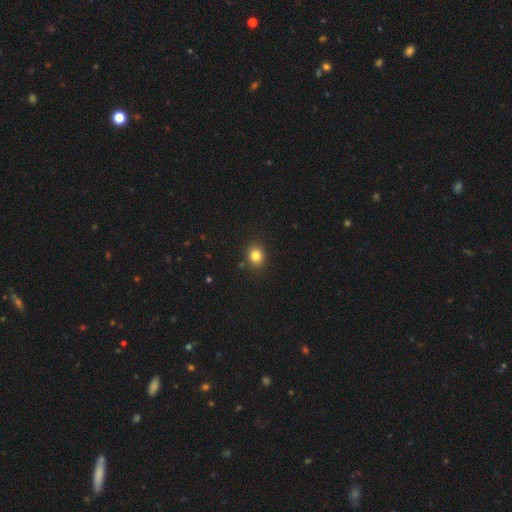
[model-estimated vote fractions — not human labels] Morphology: type=smooth (83%); roundness=round (58%); merging=none (87%).